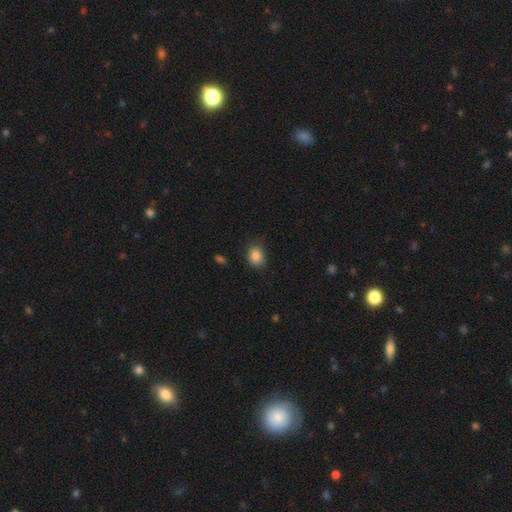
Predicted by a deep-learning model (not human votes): smooth-or-featured: smooth: 86% | star or artifact: 9% | featured or disk: 5%
  how-rounded: in between: 50% | round: 49% | cigar-shaped: 1%
  merging: none: 78% | minor disturbance: 17% | major disturbance: 3% | merger: 1%